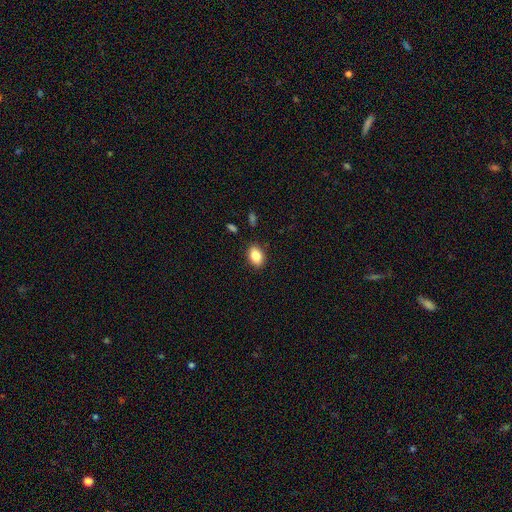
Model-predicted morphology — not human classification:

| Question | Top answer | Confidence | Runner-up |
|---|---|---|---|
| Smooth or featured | smooth | 86% | star or artifact (8%) |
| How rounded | in between | 83% | round (16%) |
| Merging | none | 86% | minor disturbance (10%) |